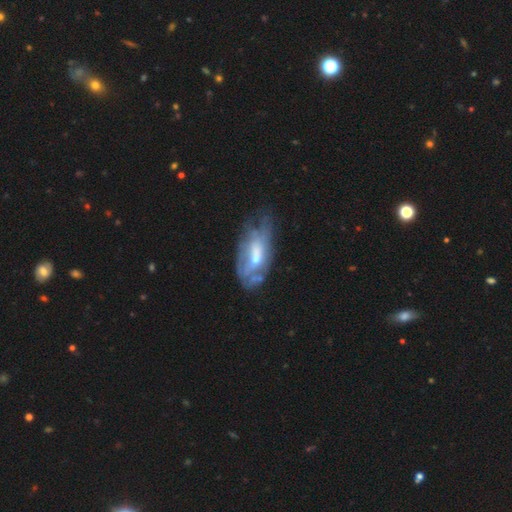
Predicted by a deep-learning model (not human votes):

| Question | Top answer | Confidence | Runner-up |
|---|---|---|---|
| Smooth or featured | featured or disk | 61% | smooth (31%) |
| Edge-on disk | no | 88% | yes (12%) |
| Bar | no | 53% | weak (36%) |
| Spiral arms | no | 54% | yes (46%) |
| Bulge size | moderate | 50% | small (37%) |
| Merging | none | 44% | minor disturbance (30%) |